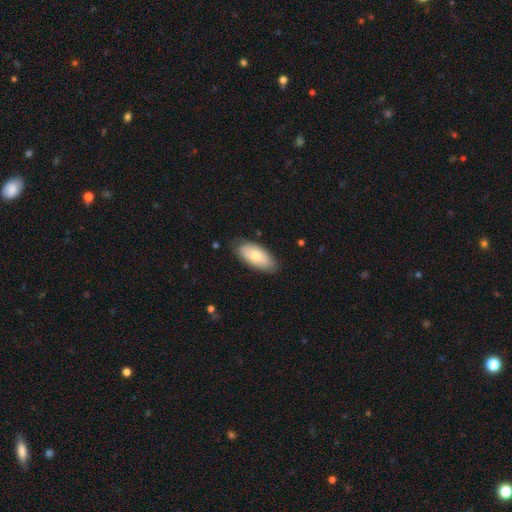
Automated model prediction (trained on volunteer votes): Smooth or featured? Predicted: smooth (p=0.69). How rounded? Predicted: in between (p=0.91). Merging? Predicted: none (p=0.79).